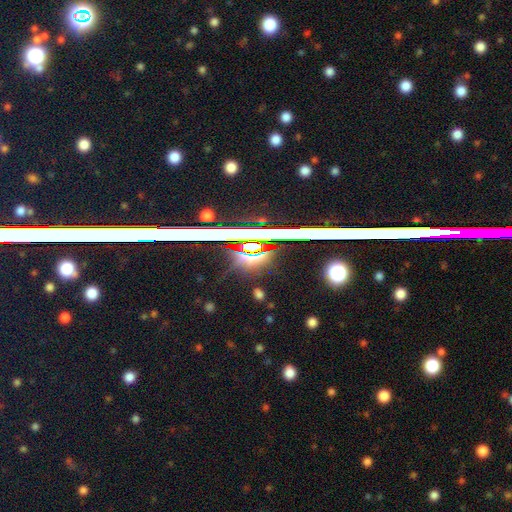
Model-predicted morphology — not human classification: This is likely a star or artifact rather than a galaxy (69%).